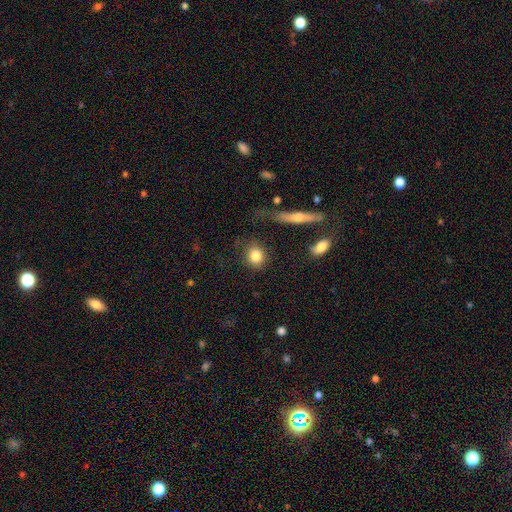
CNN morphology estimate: smooth-or-featured: smooth: 83% | featured or disk: 9% | star or artifact: 8%
  how-rounded: round: 79% | in between: 19% | cigar-shaped: 2%
  merging: none: 79% | minor disturbance: 11% | major disturbance: 6% | merger: 4%